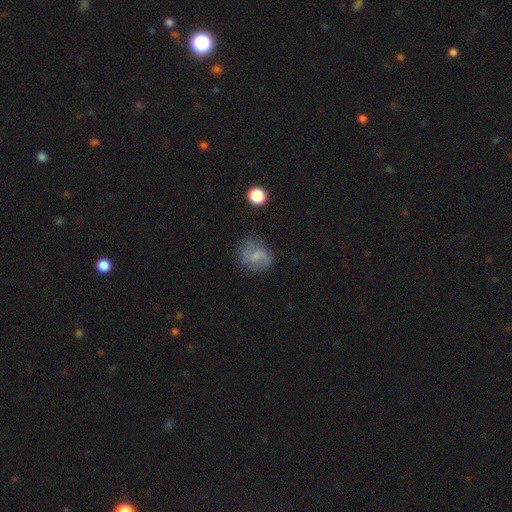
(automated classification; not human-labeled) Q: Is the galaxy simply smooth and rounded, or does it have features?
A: smooth — 48%.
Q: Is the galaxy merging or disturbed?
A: none — 68%.